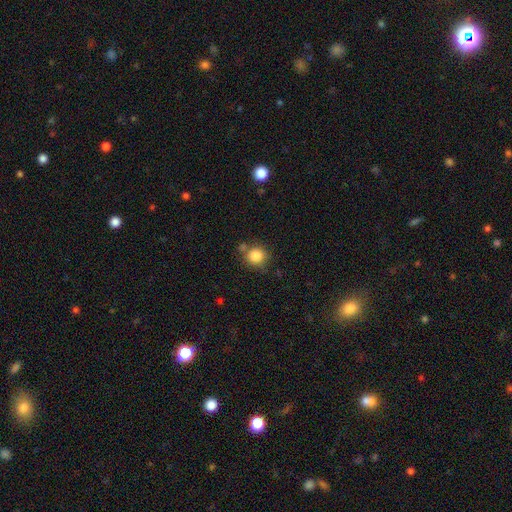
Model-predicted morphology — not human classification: Q: Smooth or featured?
A: smooth (84%); runner-up: star or artifact (10%)
Q: How rounded?
A: round (87%); runner-up: in between (12%)
Q: Merging?
A: none (71%); runner-up: minor disturbance (14%)